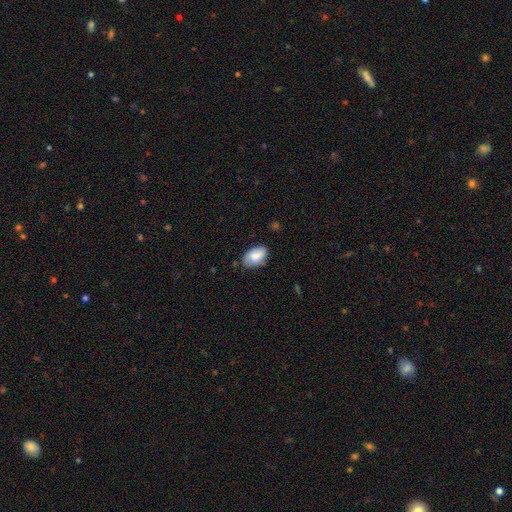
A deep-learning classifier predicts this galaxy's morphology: Smooth or featured? smooth (80%)
How rounded? in between (92%)
Merging? none (71%)